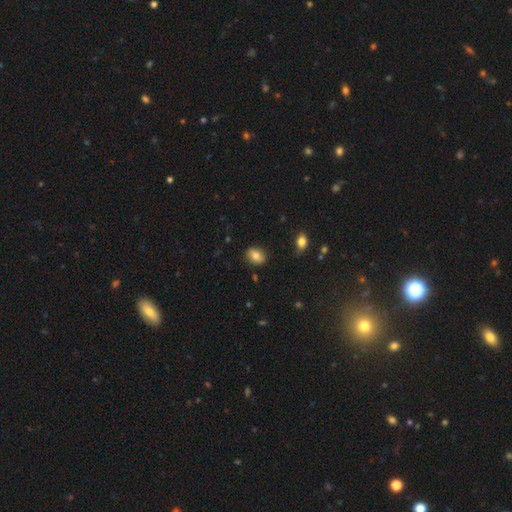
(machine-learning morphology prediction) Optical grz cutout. It shows a smooth galaxy with no disk features (81%) that is in between round and cigar-shaped (58%). Merging: none (85%).